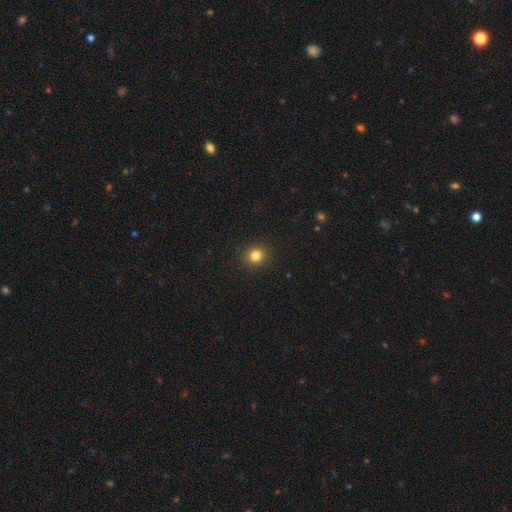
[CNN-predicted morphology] type=smooth (82%); roundness=round (88%); merging=none (92%).